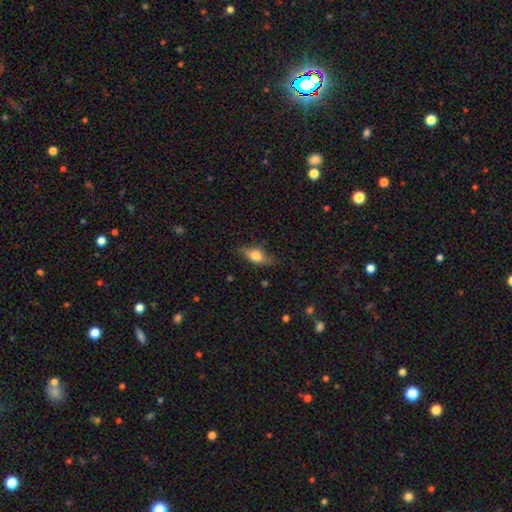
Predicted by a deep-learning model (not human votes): Morphology: type=smooth (63%); roundness=in between (76%); merging=none (73%).